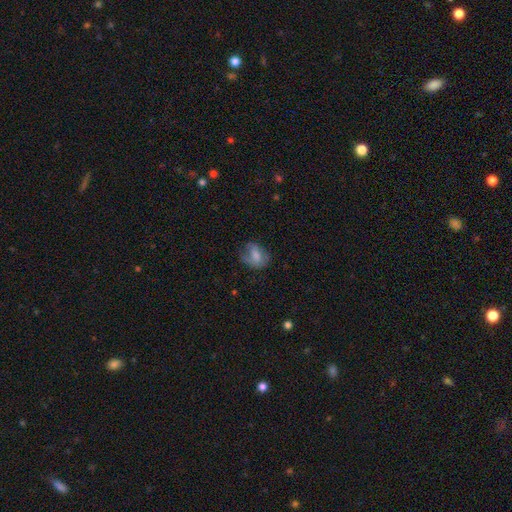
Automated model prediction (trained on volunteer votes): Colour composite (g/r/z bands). It shows a smooth galaxy with no disk features (65%) that is in between round and cigar-shaped (69%). Merging: none (50%).